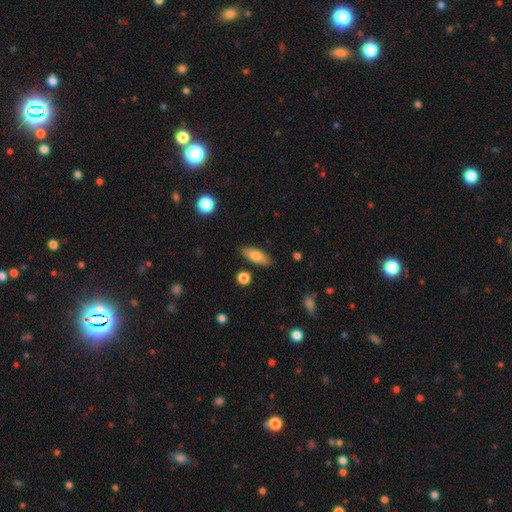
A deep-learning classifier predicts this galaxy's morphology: Q: Smooth or featured?
A: smooth (75%); runner-up: featured or disk (18%)
Q: How rounded?
A: in between (69%); runner-up: cigar-shaped (28%)
Q: Merging?
A: none (85%); runner-up: minor disturbance (10%)